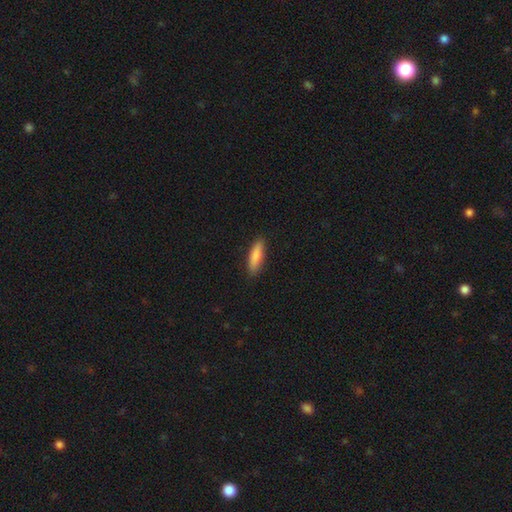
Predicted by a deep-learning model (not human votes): Smooth or featured? smooth (83%)
How rounded? cigar-shaped (58%)
Merging? none (88%)